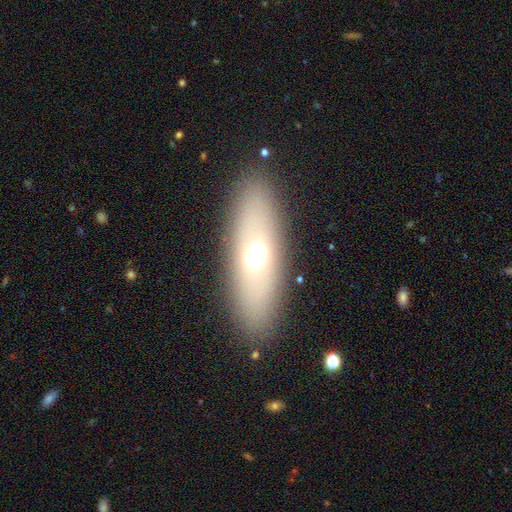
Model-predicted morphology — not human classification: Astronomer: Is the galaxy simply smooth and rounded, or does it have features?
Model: smooth — 59%.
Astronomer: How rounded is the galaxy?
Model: in between — 61%.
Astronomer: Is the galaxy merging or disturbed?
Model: none — 87%.